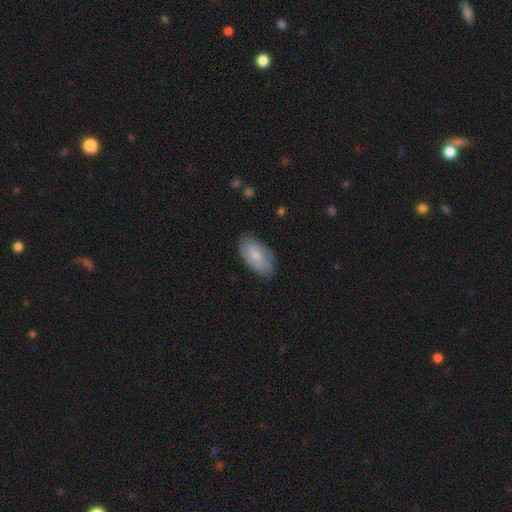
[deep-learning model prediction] smooth_or_featured: smooth (p=0.58) [alt: featured or disk p=0.36]
how_rounded: in between (p=0.93) [alt: round p=0.04]
merging: none (p=0.79) [alt: minor disturbance p=0.16]